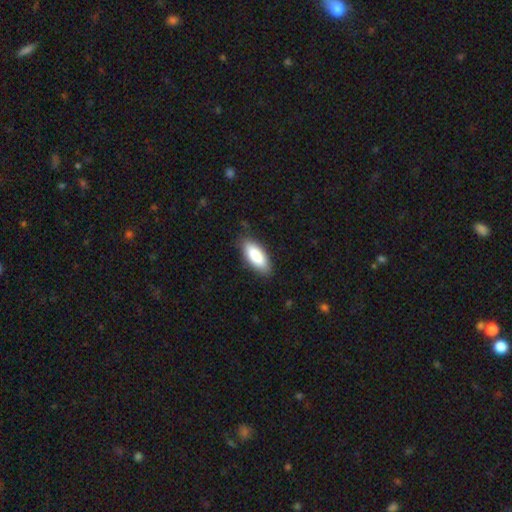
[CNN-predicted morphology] Smooth or featured: smooth — 86% (featured or disk — 8%)
How rounded: in between — 81% (cigar-shaped — 18%)
Merging: none — 85% (minor disturbance — 12%)